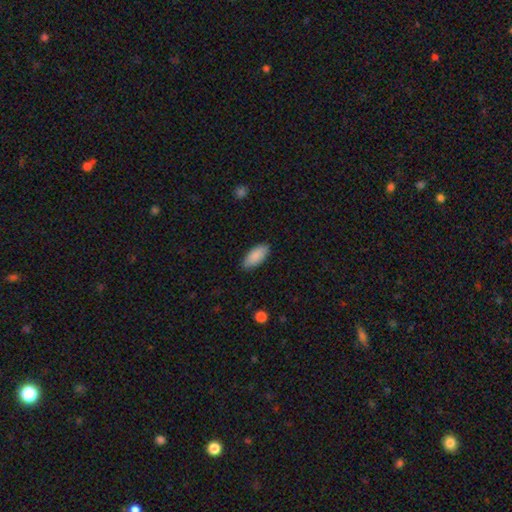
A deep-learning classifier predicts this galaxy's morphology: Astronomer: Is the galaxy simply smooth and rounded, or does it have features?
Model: smooth — 89%.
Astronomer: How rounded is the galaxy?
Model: in between — 88%.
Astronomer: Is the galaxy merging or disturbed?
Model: none — 85%.